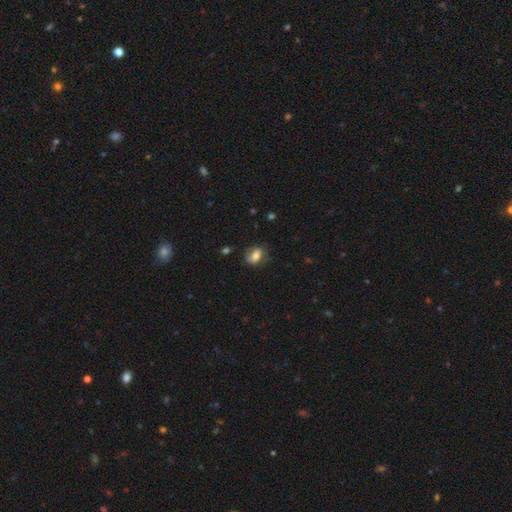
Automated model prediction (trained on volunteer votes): smooth-or-featured: smooth: 66% | featured or disk: 26% | star or artifact: 9%
  how-rounded: in between: 70% | round: 28% | cigar-shaped: 2%
  merging: none: 70% | minor disturbance: 21% | major disturbance: 7% | merger: 1%